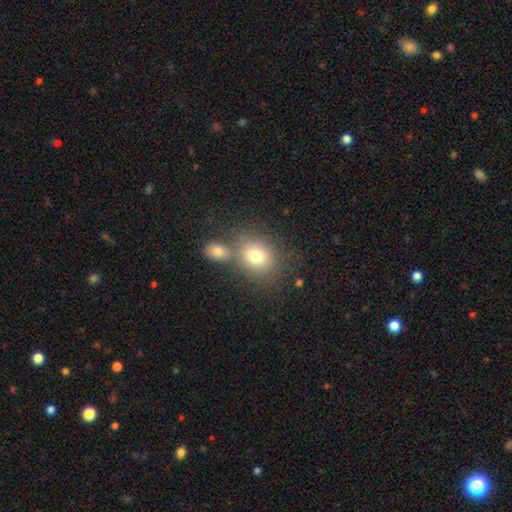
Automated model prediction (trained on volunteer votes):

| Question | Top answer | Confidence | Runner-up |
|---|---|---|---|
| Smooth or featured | smooth | 76% | featured or disk (12%) |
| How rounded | round | 61% | in between (38%) |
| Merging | none | 55% | merger (28%) |